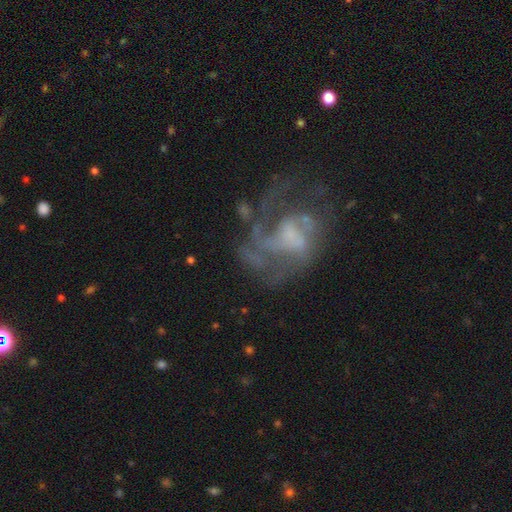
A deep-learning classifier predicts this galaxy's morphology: featured or disk 76%, smooth 13%, star or artifact 12%. Down the decision tree: edge-on disk — no (98%); bar — no (60%); spiral arms — yes (75%); spiral arm count — can't tell (35%); spiral winding — medium (42%); bulge size — none (44%); merging — none (43%).